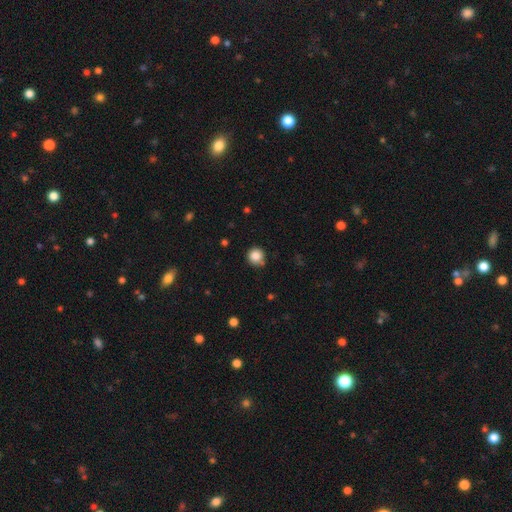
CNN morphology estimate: smooth_or_featured: smooth (p=0.85) [alt: star or artifact p=0.10]
how_rounded: round (p=0.94) [alt: in between p=0.06]
merging: none (p=0.77) [alt: minor disturbance p=0.16]